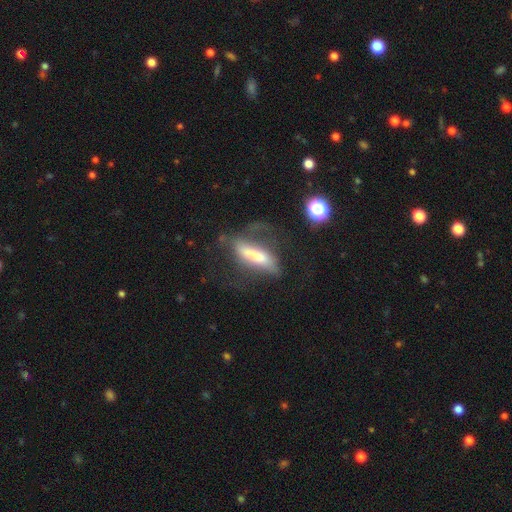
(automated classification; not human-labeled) This is possibly a smooth galaxy (46%). Merging: marginally major disturbance (41%).